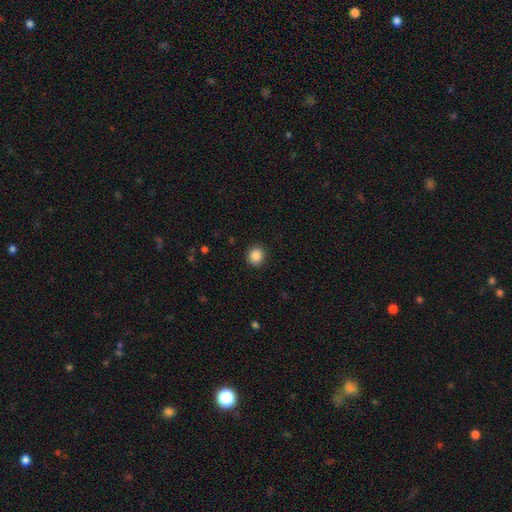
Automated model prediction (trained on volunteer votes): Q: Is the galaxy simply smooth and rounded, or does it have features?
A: smooth — 87%.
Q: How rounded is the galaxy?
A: round — 89%.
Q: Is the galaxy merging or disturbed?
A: none — 91%.